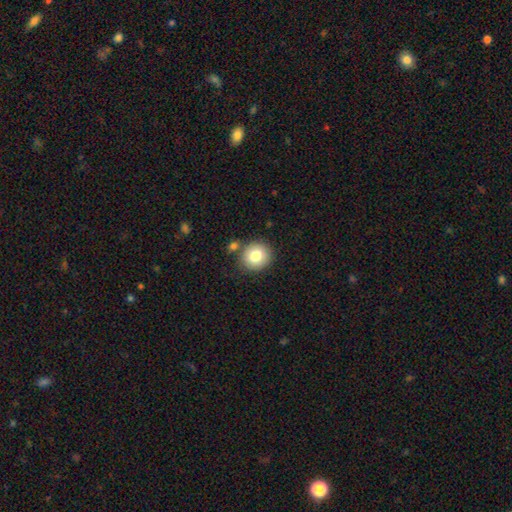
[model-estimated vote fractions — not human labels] Morphology: type=smooth (79%); roundness=round (85%); merging=none (78%).